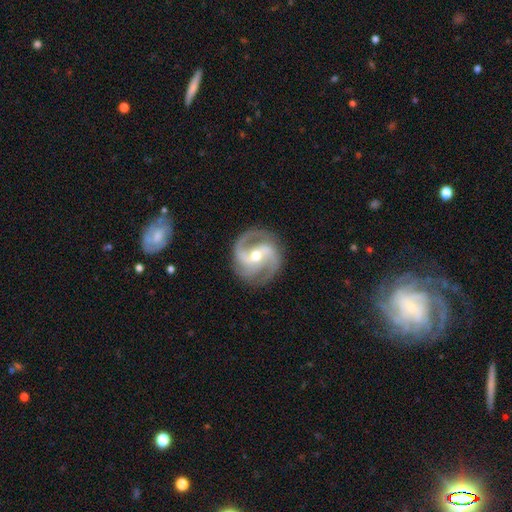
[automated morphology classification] A featured or disk galaxy (92%) with a weak bar (39%), 2 (56%) medium (56%) spiral arms (98%) and a moderate central bulge (64%).

Vote fractions:
- Smooth or featured? featured or disk: 92% / smooth: 4% / star or artifact: 4%
- Edge-on disk? no: 98% / yes: 2%
- Bar? weak: 39% / strong: 36% / no: 25%
- Spiral arms? yes: 98% / no: 2%
- Spiral winding? medium: 56% / tight: 30% / loose: 14%
- Spiral arm count? 2: 56% / 3: 31% / can't tell: 4% / 4: 3% / 1: 3% / more than 4: 2%
- Bulge size? moderate: 64% / small: 31% / large: 3% / none: 1% / dominant: 1%
- Merging? none: 83% / minor disturbance: 11% / major disturbance: 4% / merger: 1%